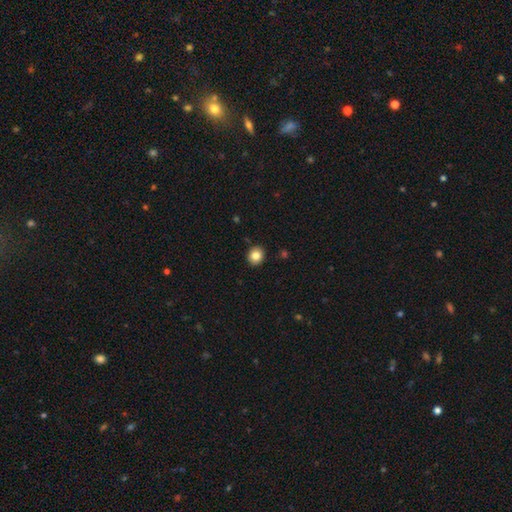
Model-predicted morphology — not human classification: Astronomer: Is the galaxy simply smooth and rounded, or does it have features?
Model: smooth — 84%.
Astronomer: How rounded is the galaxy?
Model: round — 76%.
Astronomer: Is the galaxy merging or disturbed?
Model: none — 91%.